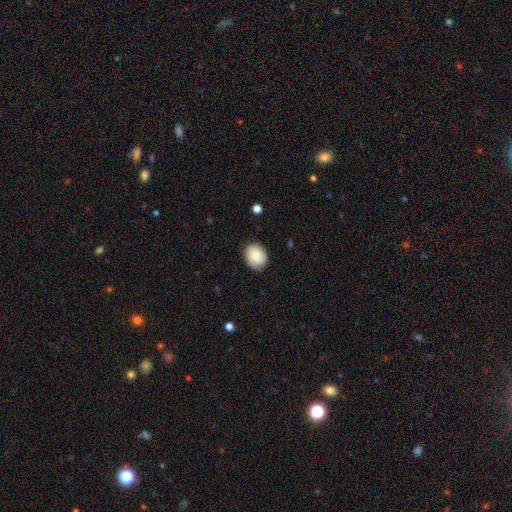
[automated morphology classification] Overall: smooth (81%). How rounded: round (53%; in between 46%). Merging: none (85%).